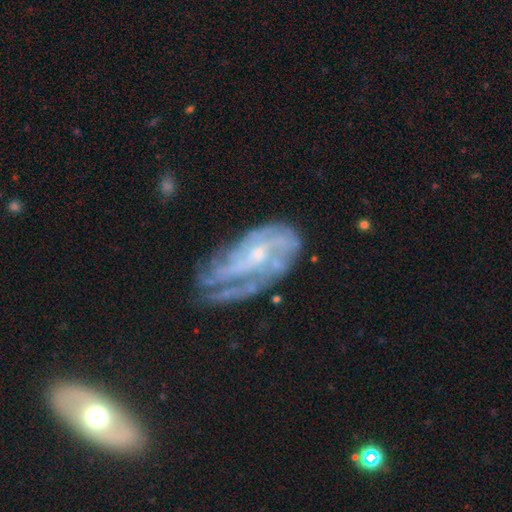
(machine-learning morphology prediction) Q: Smooth or featured?
A: featured or disk (81%); runner-up: smooth (11%)
Q: Edge-on disk?
A: no (94%); runner-up: yes (6%)
Q: Bar?
A: no (62%); runner-up: weak (31%)
Q: Spiral arms?
A: yes (90%); runner-up: no (10%)
Q: Spiral winding?
A: tight (50%); runner-up: medium (35%)
Q: Spiral arm count?
A: can't tell (40%); runner-up: 3 (17%)
Q: Bulge size?
A: small (69%); runner-up: moderate (23%)
Q: Merging?
A: none (53%); runner-up: minor disturbance (25%)